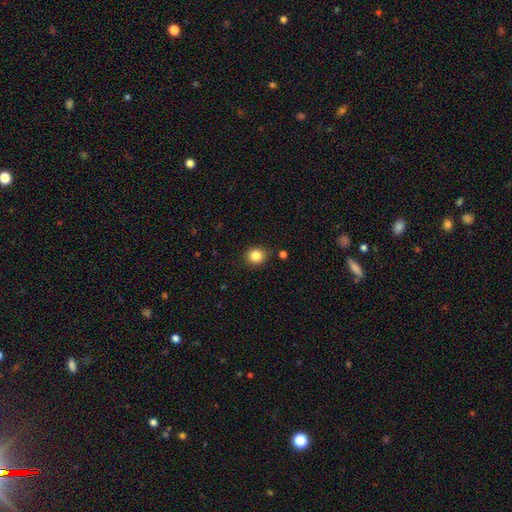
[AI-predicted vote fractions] Overall: smooth (85%). How rounded: round (83%). Merging: none (89%).